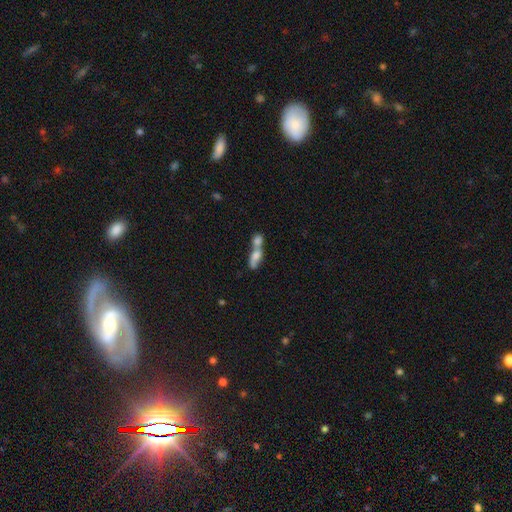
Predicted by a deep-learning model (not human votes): Morphology: type=smooth (61%); roundness=in between (56%); merging=merger (73%).